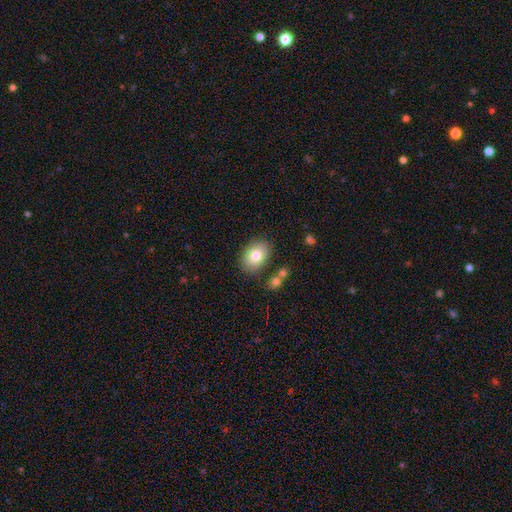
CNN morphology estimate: Smooth or featured?
  - smooth: 79% *
  - featured or disk: 12%
  - star or artifact: 8%
How rounded?
  - in between: 79% *
  - round: 20%
  - cigar-shaped: 1%
Merging?
  - none: 81% *
  - minor disturbance: 12%
  - merger: 4%
  - major disturbance: 3%